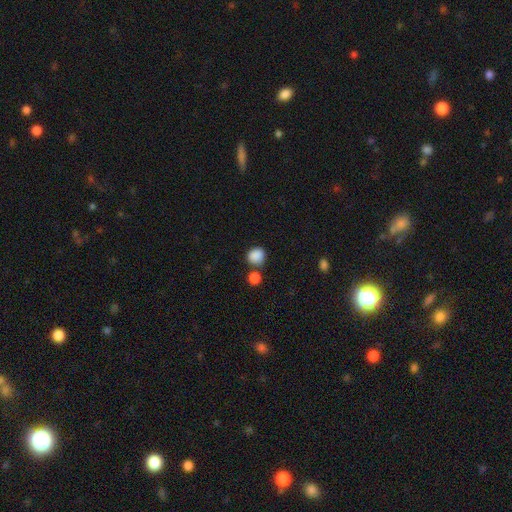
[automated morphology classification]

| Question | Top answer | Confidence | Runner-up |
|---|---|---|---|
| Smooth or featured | smooth | 87% | star or artifact (9%) |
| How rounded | round | 77% | in between (22%) |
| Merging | none | 69% | merger (16%) |